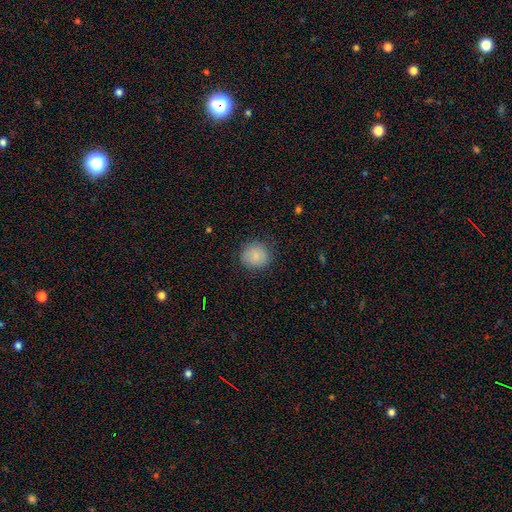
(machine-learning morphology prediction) A smooth galaxy with no disk features (86%) that is round (88%).

Vote fractions:
- Smooth or featured? smooth: 86% / star or artifact: 8% / featured or disk: 6%
- How rounded? round: 88% / in between: 11% / cigar-shaped: 1%
- Merging? none: 84% / minor disturbance: 11% / major disturbance: 3% / merger: 1%